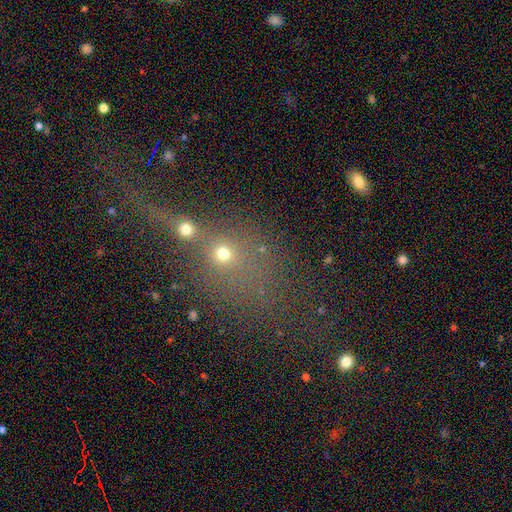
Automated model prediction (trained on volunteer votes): A star or artifact, not a galaxy (39%).

Vote fractions:
- Smooth or featured? star or artifact: 39% / smooth: 38% / featured or disk: 24%